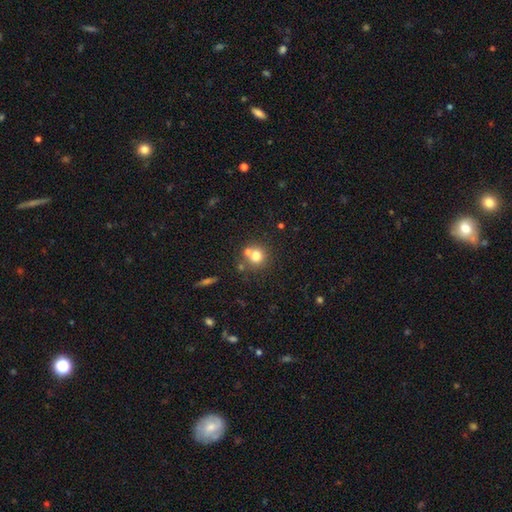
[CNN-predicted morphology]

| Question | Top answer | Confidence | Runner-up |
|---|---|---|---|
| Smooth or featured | smooth | 73% | star or artifact (14%) |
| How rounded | round | 90% | in between (9%) |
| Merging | none | 58% | merger (31%) |